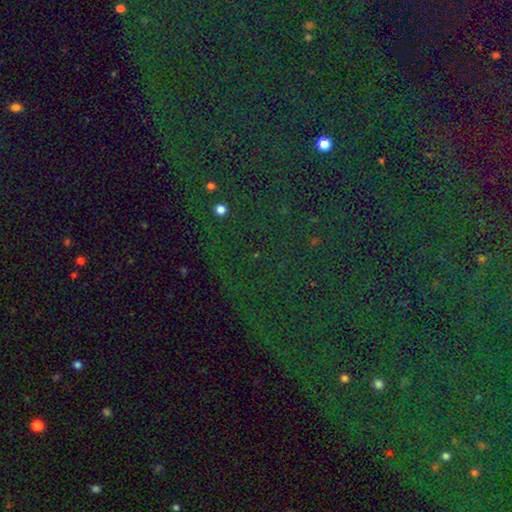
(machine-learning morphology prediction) Smooth or featured?
  - star or artifact: 84% *
  - smooth: 8%
  - featured or disk: 7%